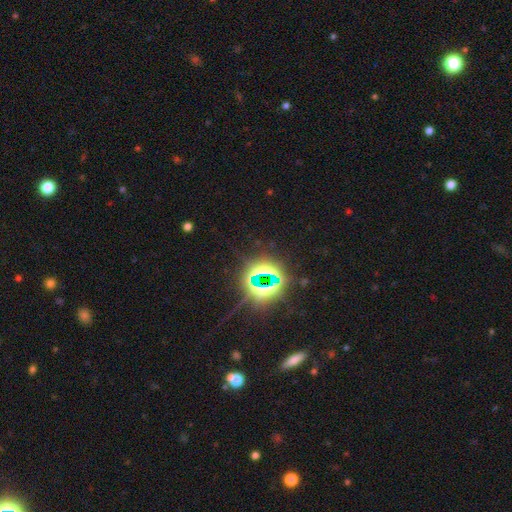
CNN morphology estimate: This appears to be a star or artifact, not a galaxy (81%).